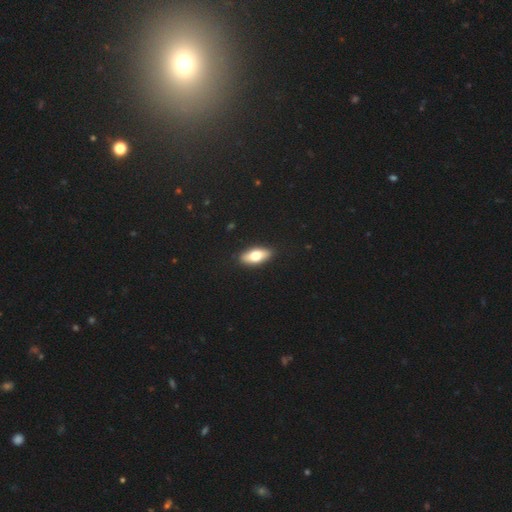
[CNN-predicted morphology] This is likely a smooth galaxy (71%). How rounded: clearly in between (82%). Merging: clearly none (89%).